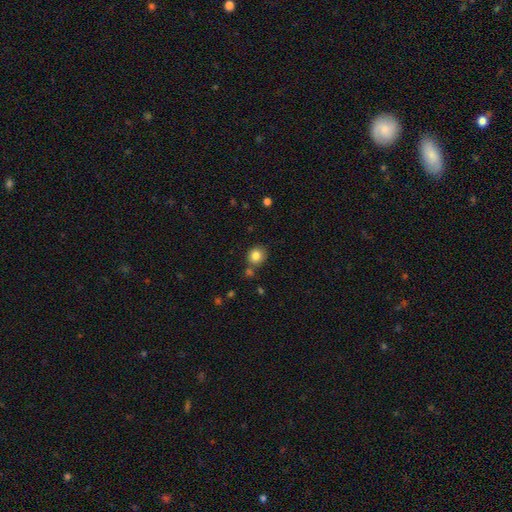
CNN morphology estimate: This is clearly a smooth galaxy (83%). How rounded: clearly round (84%). Merging: likely none (75%).